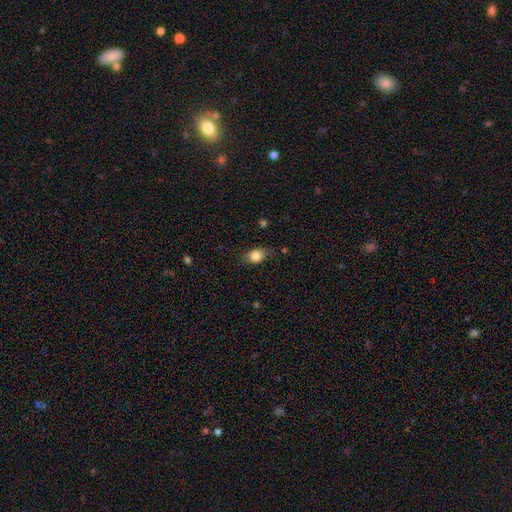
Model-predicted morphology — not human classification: smooth_or_featured: smooth (p=0.83) [alt: star or artifact p=0.09]
how_rounded: in between (p=0.61) [alt: round p=0.37]
merging: none (p=0.70) [alt: minor disturbance p=0.22]